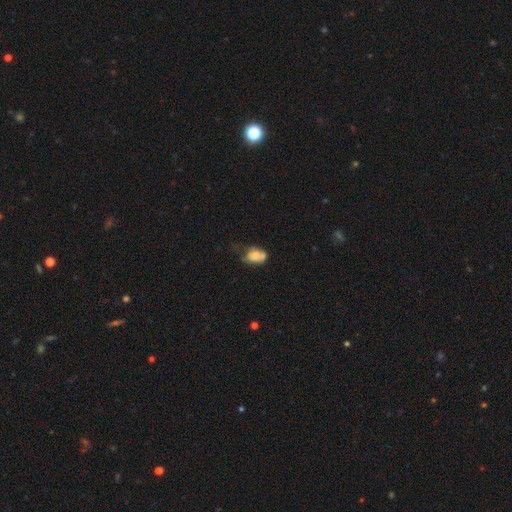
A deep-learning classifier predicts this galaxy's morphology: Smooth or featured? smooth (67%)
How rounded? in between (80%)
Merging? minor disturbance (33%)